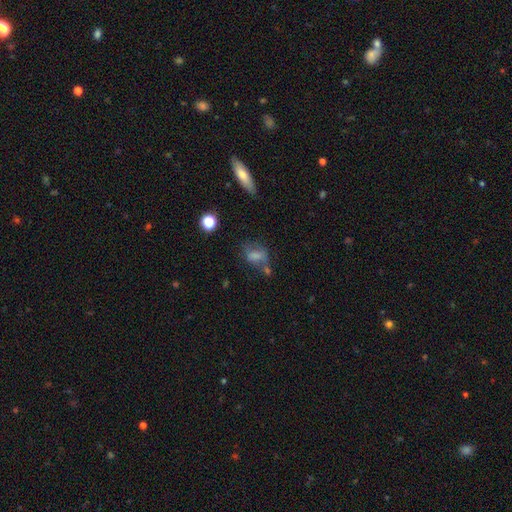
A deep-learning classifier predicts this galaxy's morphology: smooth 63%, featured or disk 21%, star or artifact 16%. Down the decision tree: how rounded — in between (74%); merging — none (37%).